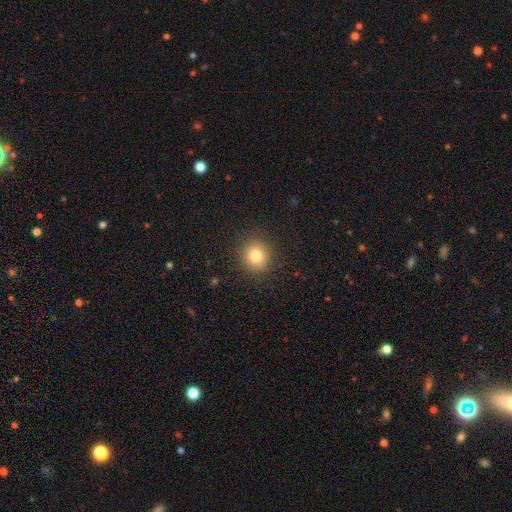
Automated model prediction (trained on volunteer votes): Smooth or featured?
  - smooth: 81% *
  - star or artifact: 12%
  - featured or disk: 7%
How rounded?
  - round: 86% *
  - in between: 13%
  - cigar-shaped: 1%
Merging?
  - none: 89% *
  - minor disturbance: 7%
  - major disturbance: 3%
  - merger: 1%